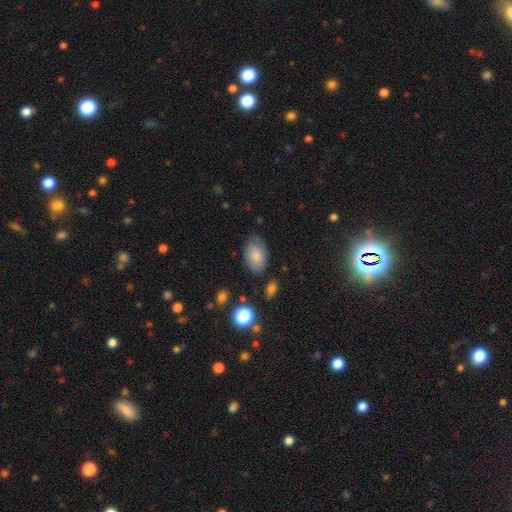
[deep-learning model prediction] Overall: smooth (81%). How rounded: in between (92%). Merging: none (75%).